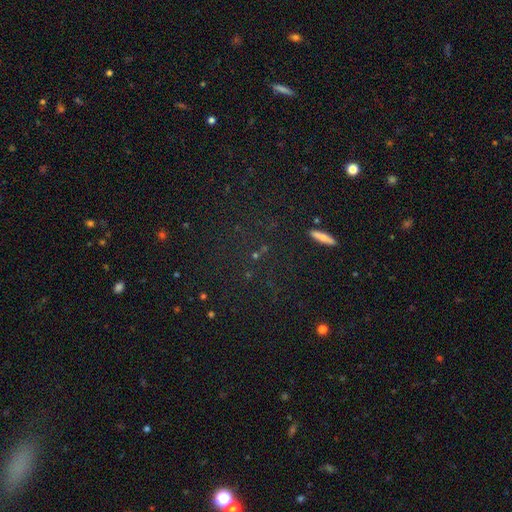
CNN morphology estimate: Overall: star or artifact (55%; smooth 31%).